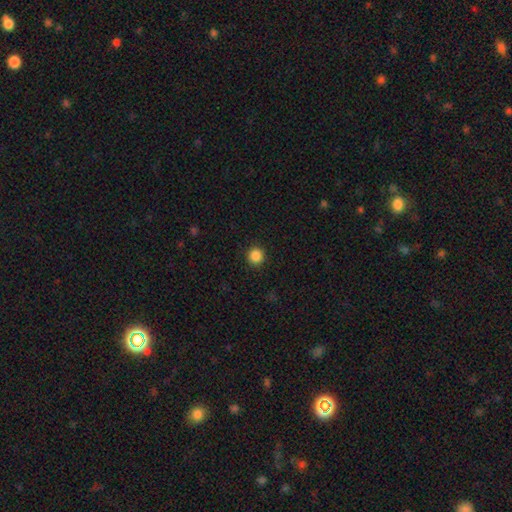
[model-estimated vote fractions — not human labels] This appears to be a smooth galaxy with no disk features (87%) that is round (94%). Merging: none (92%).